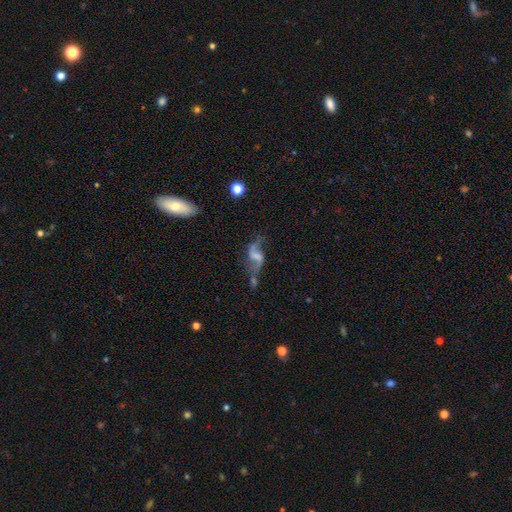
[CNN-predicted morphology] smooth_or_featured: featured or disk (p=0.78) [alt: smooth p=0.13]
disk_edge_on: no (p=0.97) [alt: yes p=0.03]
bar: weak (p=0.48) [alt: no p=0.30]
has_spiral_arms: yes (p=0.90) [alt: no p=0.10]
spiral_winding: loose (p=0.86) [alt: medium p=0.11]
spiral_arm_count: 2 (p=0.89) [alt: 1 p=0.05]
bulge_size: none (p=0.51) [alt: small p=0.25]
merging: none (p=0.45) [alt: merger p=0.19]